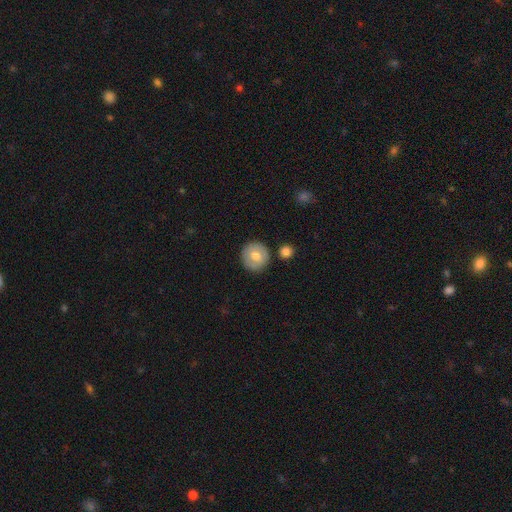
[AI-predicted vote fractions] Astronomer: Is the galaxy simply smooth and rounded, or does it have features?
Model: smooth — 67%.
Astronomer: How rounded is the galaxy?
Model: round — 92%.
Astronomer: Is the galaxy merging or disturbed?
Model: none — 84%.